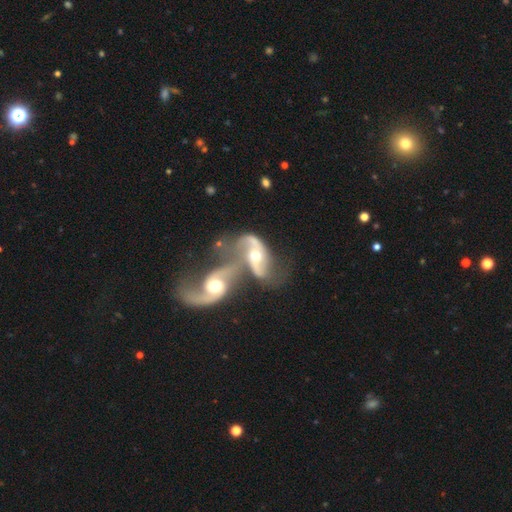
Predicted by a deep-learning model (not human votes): The model was most divided on "bar": no: 49%, weak: 34%, strong: 17%. More confident: edge-on disk — no (95%); spiral arms — yes (92%); spiral arm count — 2 (86%); smooth or featured — featured or disk (82%); merging — merger (77%); bulge size — moderate (69%); spiral winding — loose (61%).